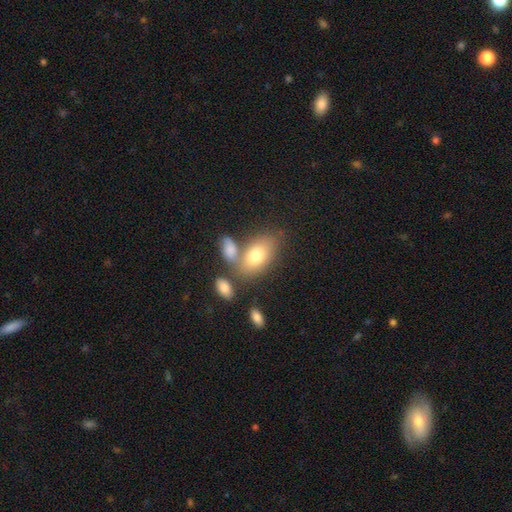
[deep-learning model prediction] Morphology: type=smooth (74%); roundness=in between (89%); merging=none (52%).